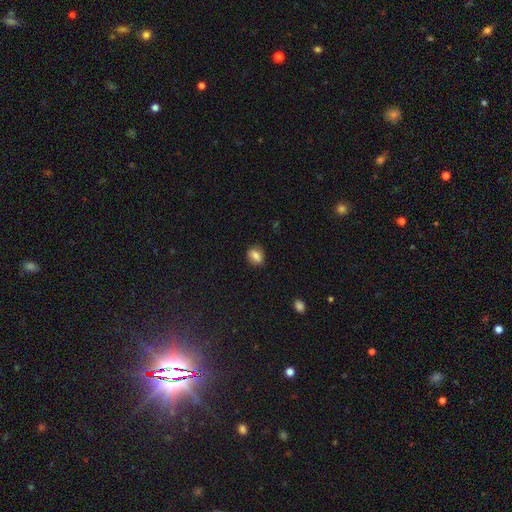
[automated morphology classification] Smooth or featured? Predicted: smooth (p=0.74). How rounded? Predicted: in between (p=0.52). Merging? Predicted: none (p=0.80).